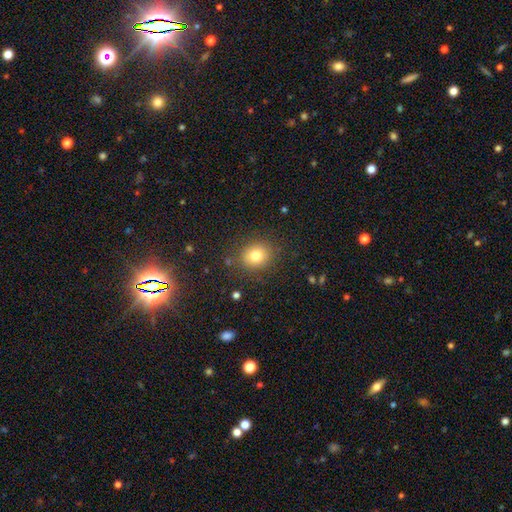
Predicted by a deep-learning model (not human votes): This is likely a smooth galaxy (79%). How rounded: likely round (69%). Merging: clearly none (84%).